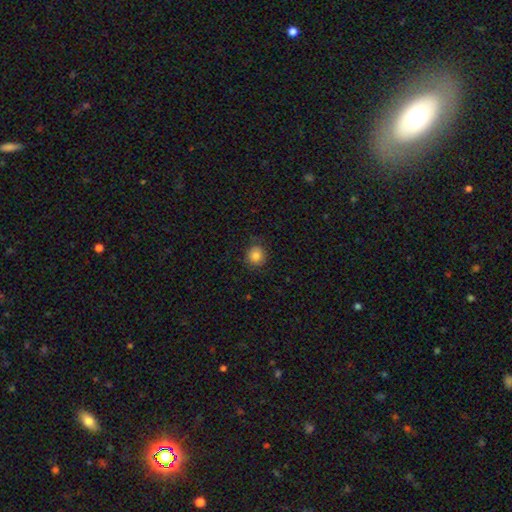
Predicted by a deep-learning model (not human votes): Smooth or featured? Predicted: smooth (p=0.82). How rounded? Predicted: round (p=0.87). Merging? Predicted: none (p=0.80).